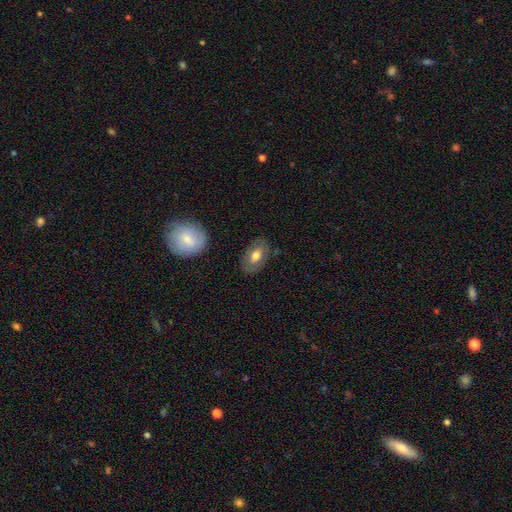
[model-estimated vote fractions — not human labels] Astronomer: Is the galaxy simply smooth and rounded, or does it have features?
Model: smooth — 66%.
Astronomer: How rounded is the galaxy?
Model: in between — 89%.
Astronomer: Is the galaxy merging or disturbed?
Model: none — 80%.